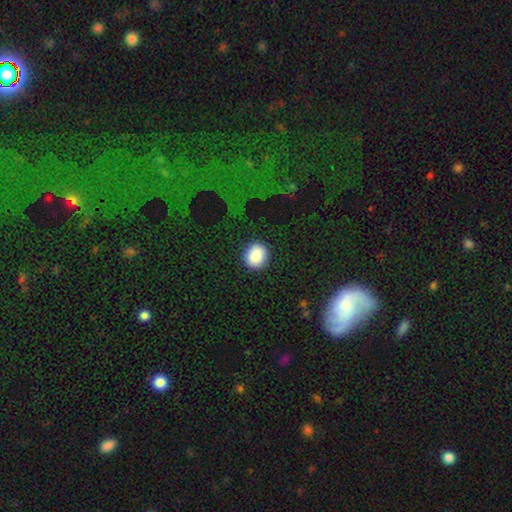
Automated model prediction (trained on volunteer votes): Smooth or featured?
  - smooth: 89% *
  - star or artifact: 8%
  - featured or disk: 4%
How rounded?
  - round: 80% *
  - in between: 19%
  - cigar-shaped: 1%
Merging?
  - none: 89% *
  - minor disturbance: 7%
  - major disturbance: 3%
  - merger: 1%